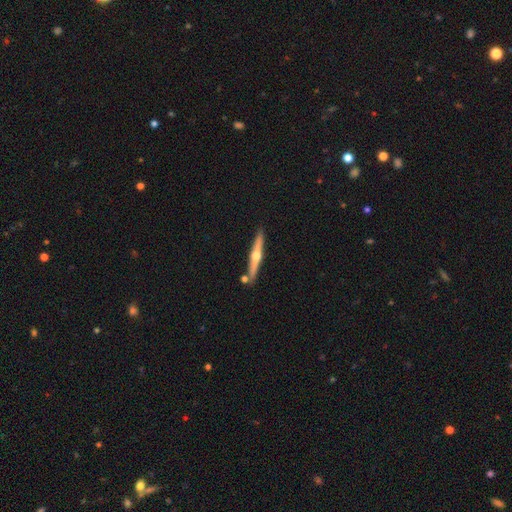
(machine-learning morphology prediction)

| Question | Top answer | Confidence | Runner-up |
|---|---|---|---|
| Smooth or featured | featured or disk | 70% | smooth (25%) |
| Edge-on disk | yes | 97% | no (3%) |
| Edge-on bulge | rounded | 93% | none (5%) |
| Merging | none | 84% | minor disturbance (8%) |